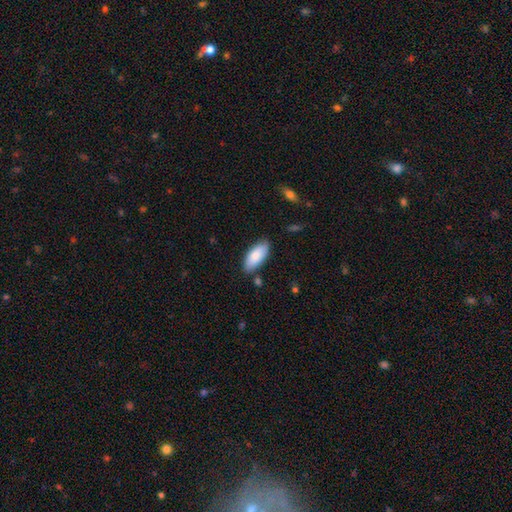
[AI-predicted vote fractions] This appears to be a smooth galaxy with no disk features (82%) that is in between round and cigar-shaped (88%). Merging: none (82%).